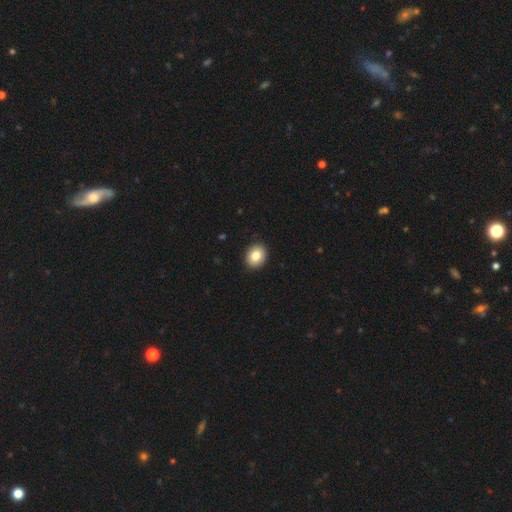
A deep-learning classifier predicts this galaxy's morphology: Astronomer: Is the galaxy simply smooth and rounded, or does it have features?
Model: smooth — 82%.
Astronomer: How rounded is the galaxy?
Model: round — 65%.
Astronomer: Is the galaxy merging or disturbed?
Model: none — 92%.